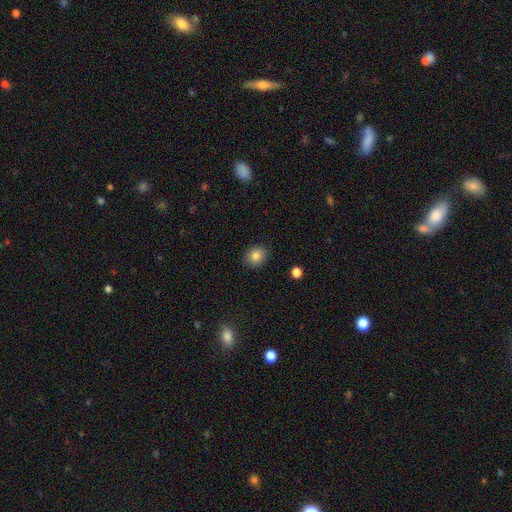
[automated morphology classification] smooth 84%, star or artifact 10%, featured or disk 6%. Down the decision tree: how rounded — round (69%); merging — none (89%).